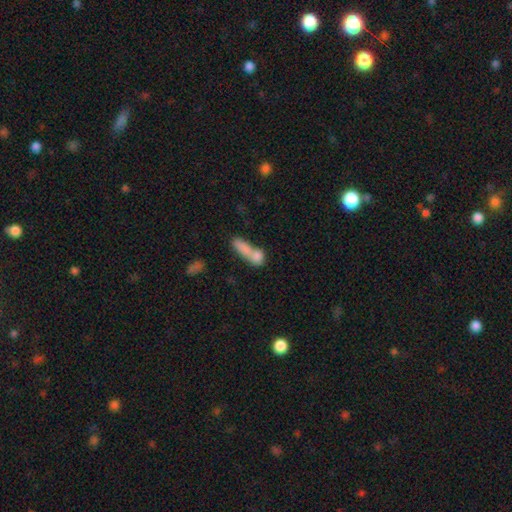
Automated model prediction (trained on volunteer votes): smooth_or_featured: smooth (p=0.77) [alt: featured or disk p=0.14]
how_rounded: in between (p=0.52) [alt: cigar-shaped p=0.31]
merging: merger (p=0.62) [alt: none p=0.24]